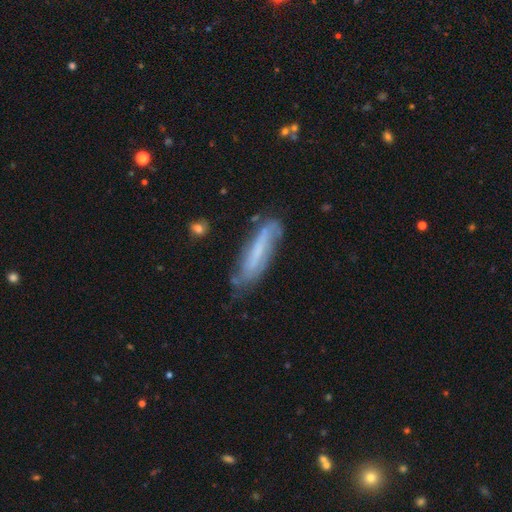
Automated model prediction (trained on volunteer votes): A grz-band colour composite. It shows a featured or disk galaxy (52%). Merging: none (69%).